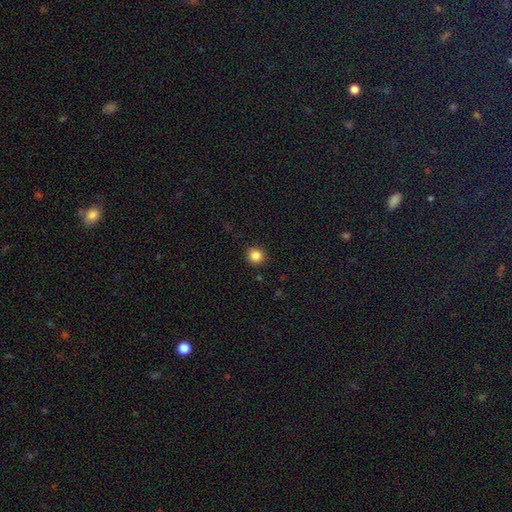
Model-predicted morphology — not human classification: Q: Smooth or featured?
A: smooth (84%); runner-up: star or artifact (11%)
Q: How rounded?
A: round (90%); runner-up: in between (9%)
Q: Merging?
A: none (91%); runner-up: minor disturbance (6%)